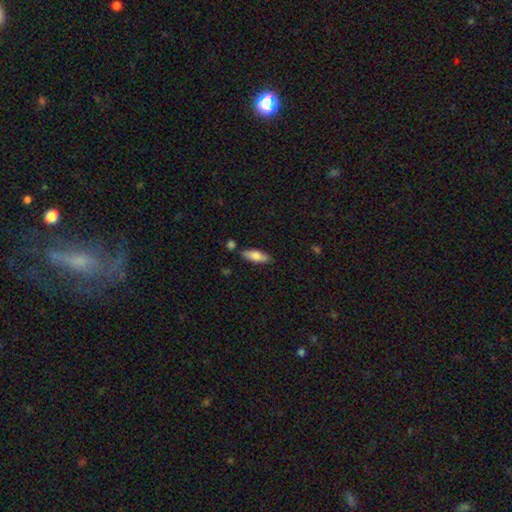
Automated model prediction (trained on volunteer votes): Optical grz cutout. It shows a smooth galaxy with no disk features (76%) that is in between round and cigar-shaped (60%). Merging: none (81%).